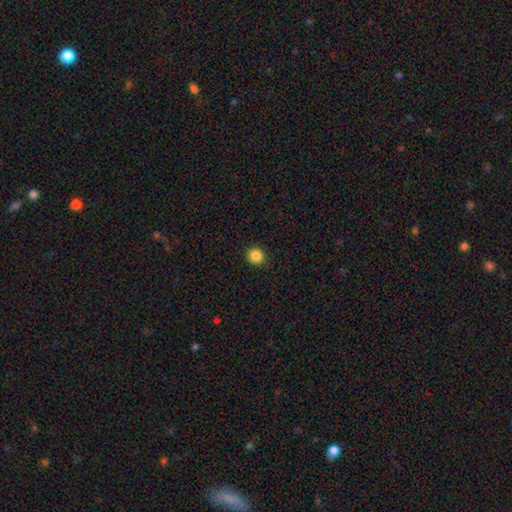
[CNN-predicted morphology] smooth_or_featured: smooth (p=0.86) [alt: star or artifact p=0.11]
how_rounded: round (p=0.91) [alt: in between p=0.08]
merging: none (p=0.92) [alt: minor disturbance p=0.05]